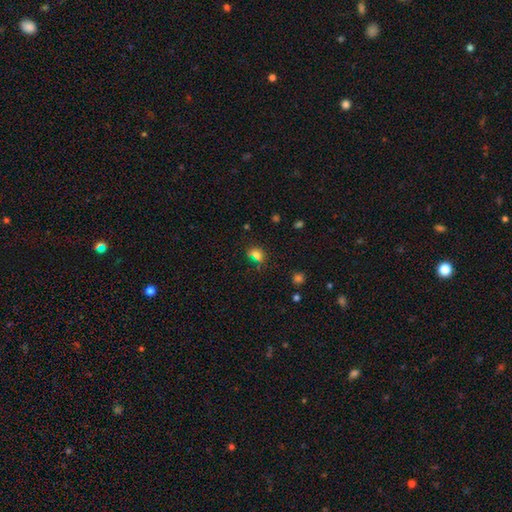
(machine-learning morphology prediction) Q: Smooth or featured?
A: smooth (69%); runner-up: star or artifact (23%)
Q: How rounded?
A: round (57%); runner-up: in between (41%)
Q: Merging?
A: none (71%); runner-up: minor disturbance (15%)